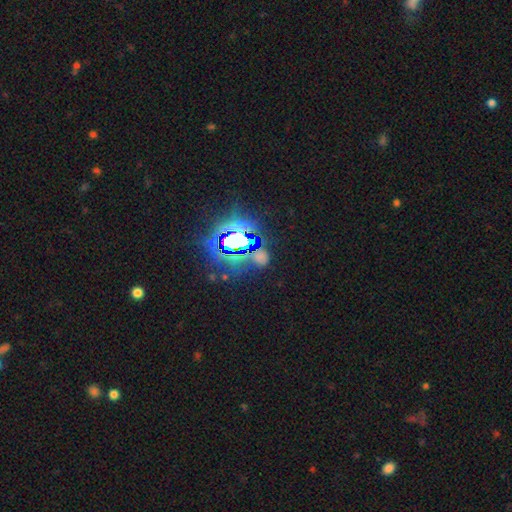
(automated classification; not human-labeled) Q: Smooth or featured?
A: star or artifact (73%); runner-up: smooth (18%)